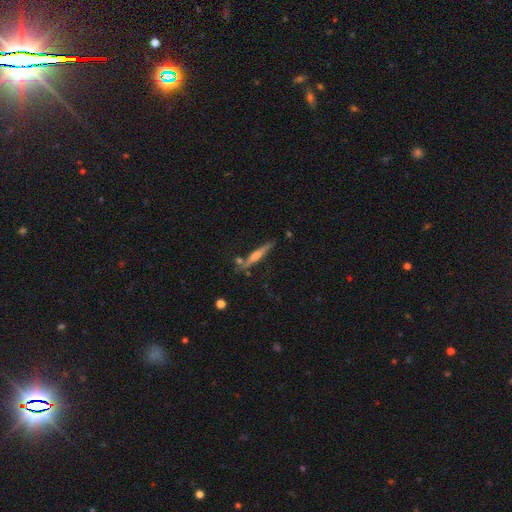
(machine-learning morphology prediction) featured or disk 60%, smooth 33%, star or artifact 7%. Down the decision tree: edge-on disk — yes (96%); edge-on bulge — rounded (70%); merging — none (79%).